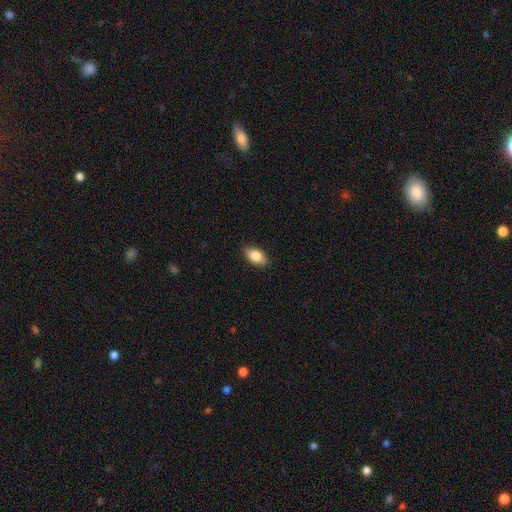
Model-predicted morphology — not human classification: Smooth or featured?
  - smooth: 81% *
  - featured or disk: 12%
  - star or artifact: 7%
How rounded?
  - in between: 89% *
  - round: 7%
  - cigar-shaped: 5%
Merging?
  - none: 87% *
  - minor disturbance: 10%
  - major disturbance: 2%
  - merger: 1%